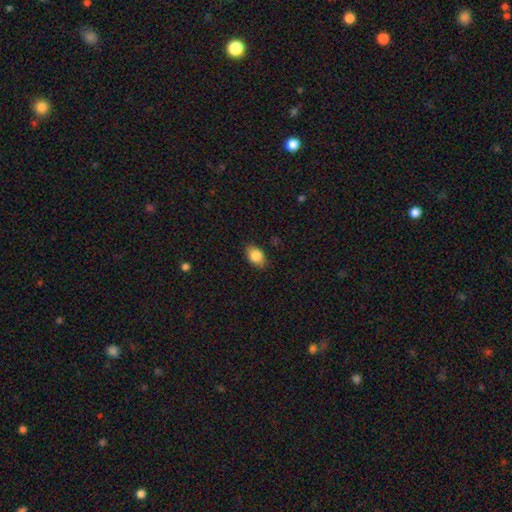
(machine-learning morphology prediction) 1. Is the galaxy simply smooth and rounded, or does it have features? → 84% smooth, 8% featured or disk, 8% star or artifact.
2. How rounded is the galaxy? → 84% in between, 14% round, 2% cigar-shaped.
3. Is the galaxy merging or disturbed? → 85% none, 11% minor disturbance, 2% major disturbance, 1% merger.